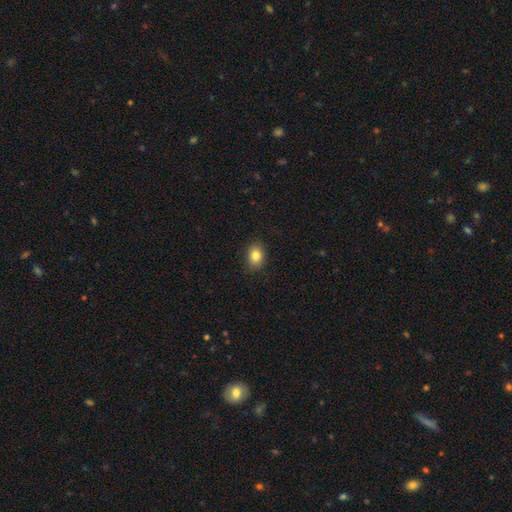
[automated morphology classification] Smooth or featured? smooth (84%)
How rounded? in between (62%)
Merging? none (87%)